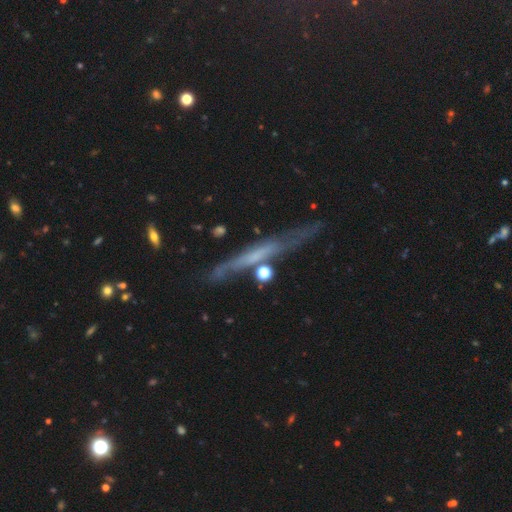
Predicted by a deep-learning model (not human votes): A featured or disk galaxy (62%) viewed edge-on (83%) with no central bulge (72%). Merging: none (67%).